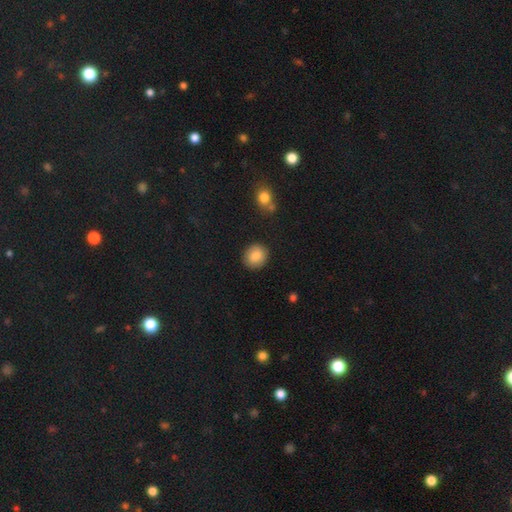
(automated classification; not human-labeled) A smooth galaxy with no disk features (86%) that is round (85%). Merging: none (89%).